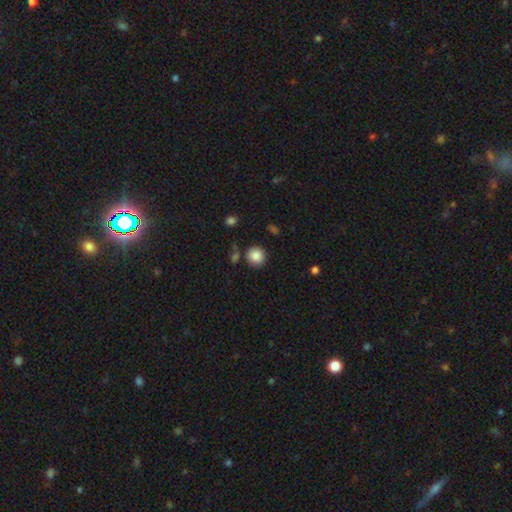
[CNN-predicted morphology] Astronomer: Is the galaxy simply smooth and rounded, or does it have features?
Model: smooth — 87%.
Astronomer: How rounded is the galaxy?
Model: round — 90%.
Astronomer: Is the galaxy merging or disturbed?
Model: none — 82%.